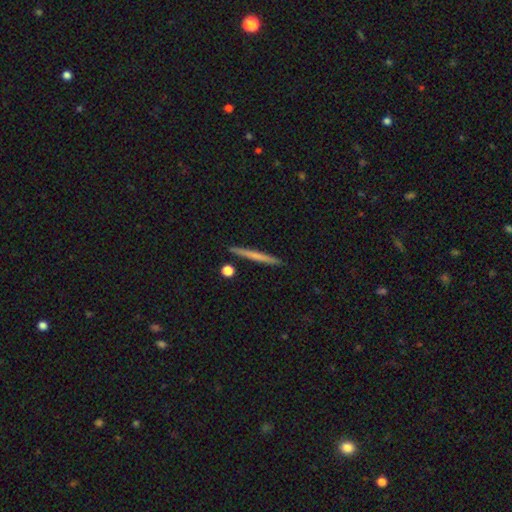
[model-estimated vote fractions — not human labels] The model was most divided on "smooth or featured": smooth: 56%, featured or disk: 38%, star or artifact: 6%. More confident: how rounded — cigar-shaped (96%); merging — none (91%).